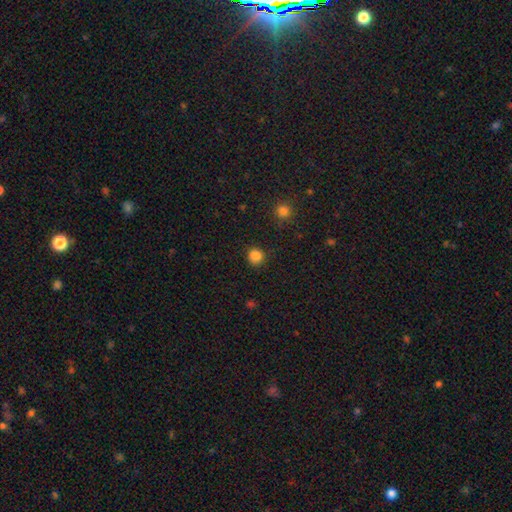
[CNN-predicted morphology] smooth-or-featured: smooth: 85% | star or artifact: 12% | featured or disk: 3%
  how-rounded: round: 89% | in between: 10% | cigar-shaped: 1%
  merging: none: 88% | minor disturbance: 8% | major disturbance: 3% | merger: 1%